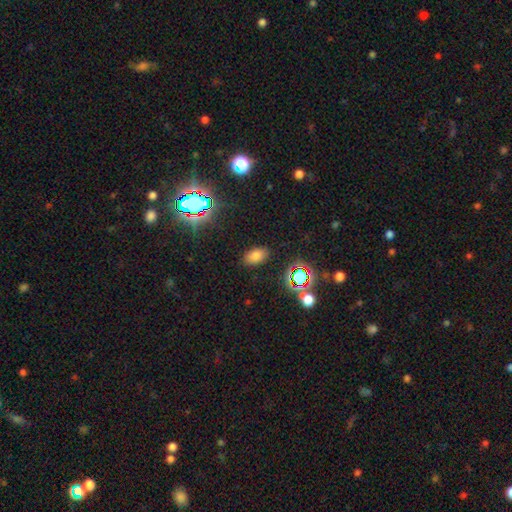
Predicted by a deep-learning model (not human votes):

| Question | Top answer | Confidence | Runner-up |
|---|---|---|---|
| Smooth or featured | smooth | 70% | star or artifact (22%) |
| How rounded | in between | 90% | round (8%) |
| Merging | none | 86% | minor disturbance (9%) |